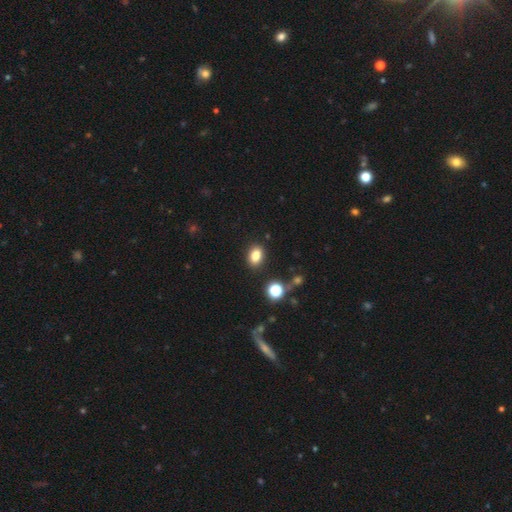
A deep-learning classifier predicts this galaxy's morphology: smooth-or-featured: smooth: 82% | star or artifact: 12% | featured or disk: 6%
  how-rounded: in between: 74% | round: 24% | cigar-shaped: 1%
  merging: none: 86% | minor disturbance: 9% | merger: 3% | major disturbance: 3%